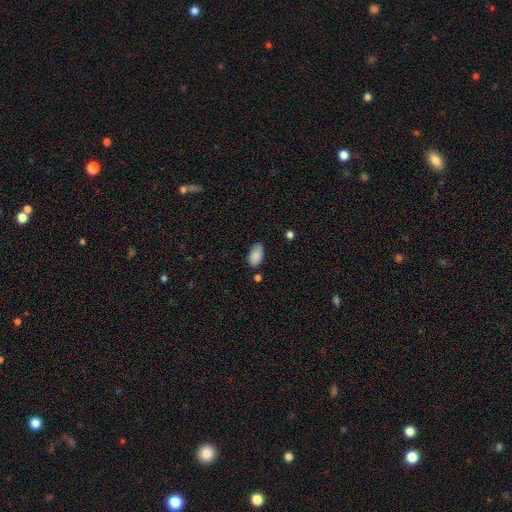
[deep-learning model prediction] The model was most divided on "merging": none: 74%, minor disturbance: 19%, merger: 4%, major disturbance: 4%. More confident: how rounded — in between (95%); smooth or featured — smooth (88%).